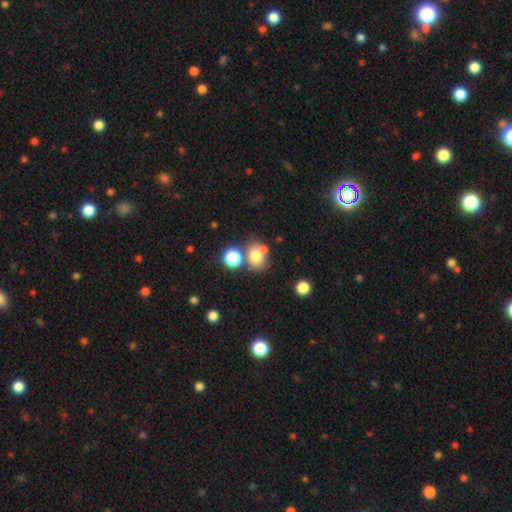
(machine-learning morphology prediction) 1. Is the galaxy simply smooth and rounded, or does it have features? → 74% smooth, 14% star or artifact, 12% featured or disk.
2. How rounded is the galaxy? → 62% round, 37% in between, 1% cigar-shaped.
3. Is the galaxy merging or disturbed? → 54% none, 28% merger, 12% minor disturbance, 5% major disturbance.